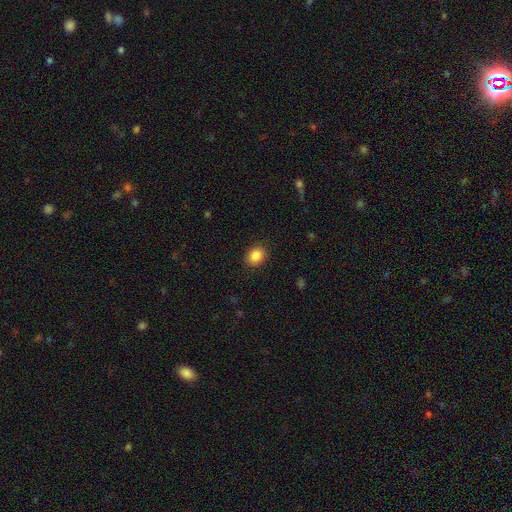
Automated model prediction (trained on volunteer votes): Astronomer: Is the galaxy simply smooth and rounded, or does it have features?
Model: smooth — 87%.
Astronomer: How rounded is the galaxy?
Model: round — 57% (runner-up: in between, 42%).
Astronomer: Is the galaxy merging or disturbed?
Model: none — 89%.